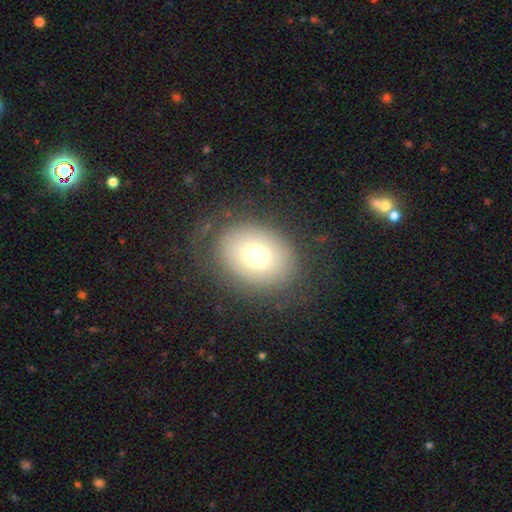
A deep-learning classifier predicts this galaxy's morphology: A smooth galaxy with no disk features (64%) that is in between round and cigar-shaped (62%).

Vote fractions:
- Smooth or featured? smooth: 64% / featured or disk: 26% / star or artifact: 10%
- How rounded? in between: 62% / round: 37% / cigar-shaped: 1%
- Merging? none: 70% / minor disturbance: 16% / major disturbance: 13% / merger: 1%